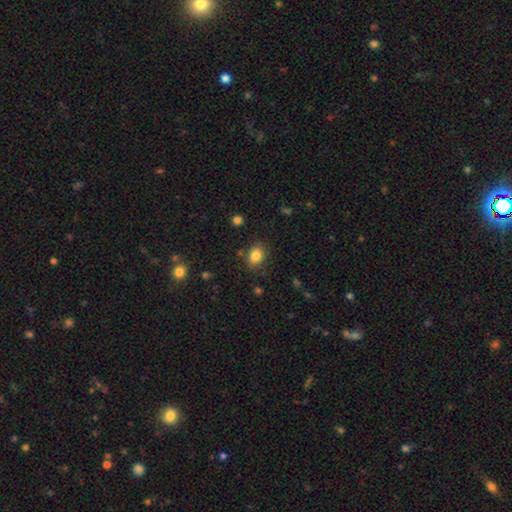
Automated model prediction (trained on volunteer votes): Smooth or featured? smooth (84%)
How rounded? in between (64%)
Merging? none (81%)